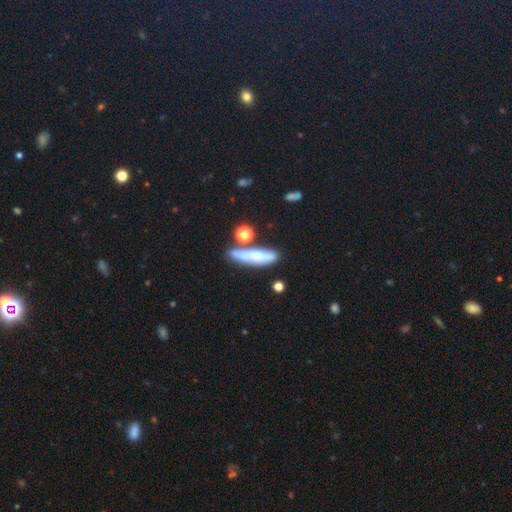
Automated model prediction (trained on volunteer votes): This appears to be a smooth galaxy with no disk features (57%) that is cigar-shaped (69%). Merging: none (57%).